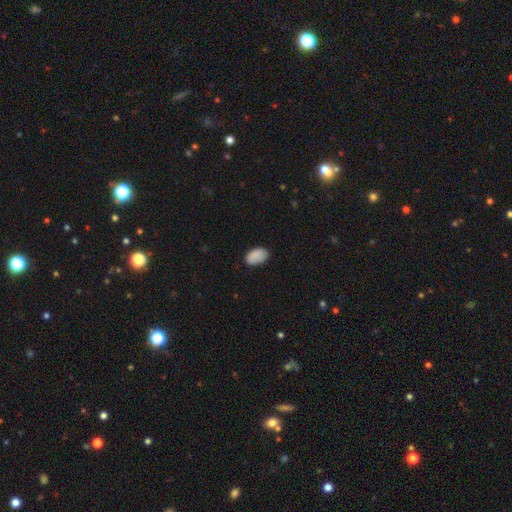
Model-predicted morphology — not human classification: This is clearly a smooth galaxy (87%). How rounded: clearly in between (93%). Merging: clearly none (80%).